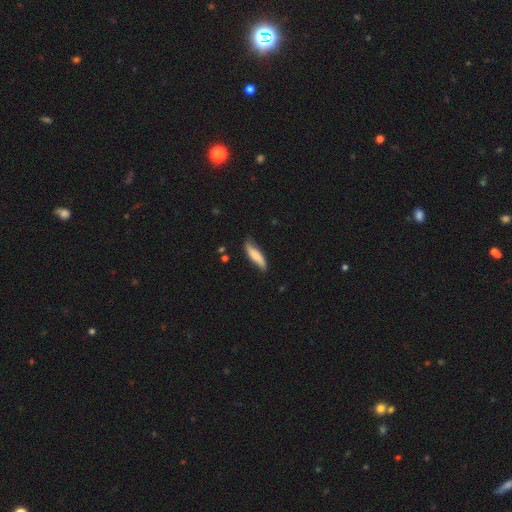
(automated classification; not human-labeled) smooth-or-featured: smooth: 67% | featured or disk: 26% | star or artifact: 6%
  how-rounded: cigar-shaped: 66% | in between: 32% | round: 2%
  merging: none: 68% | minor disturbance: 25% | major disturbance: 5% | merger: 2%